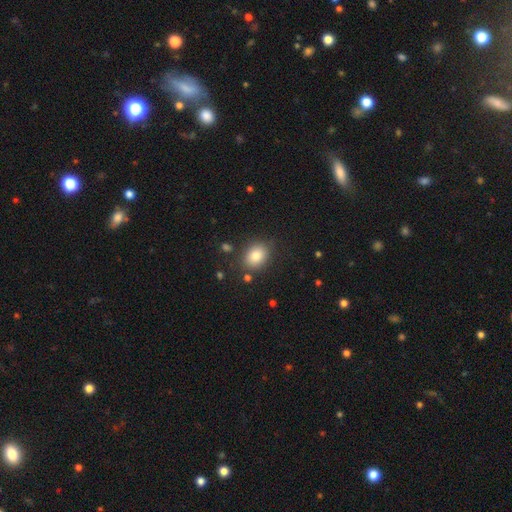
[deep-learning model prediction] This appears to be a smooth galaxy with no disk features (82%) that is in between round and cigar-shaped (64%). Merging: none (82%).